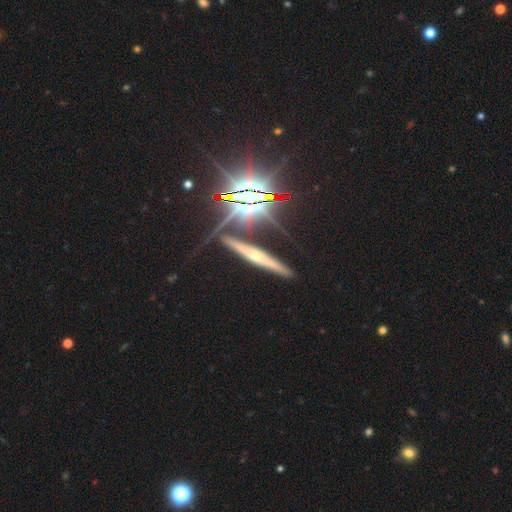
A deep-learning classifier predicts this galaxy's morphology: This appears to be a featured or disk galaxy (57%) viewed edge-on (92%) with a rounded central bulge (83%). Merging: none (79%).